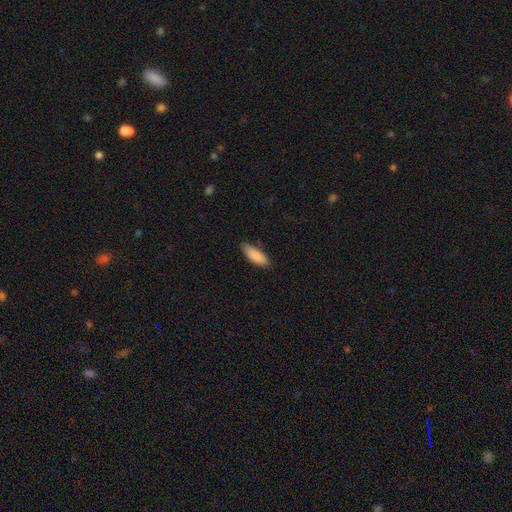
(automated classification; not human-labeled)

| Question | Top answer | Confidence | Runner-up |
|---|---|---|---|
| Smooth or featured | smooth | 88% | featured or disk (6%) |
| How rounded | in between | 67% | cigar-shaped (32%) |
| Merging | none | 80% | minor disturbance (16%) |